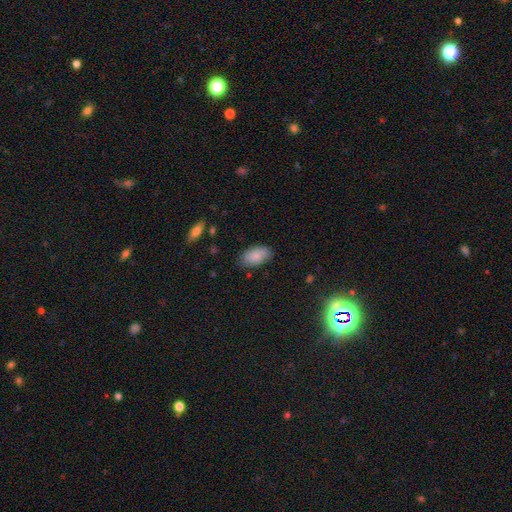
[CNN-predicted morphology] Smooth or featured: smooth — 86% (featured or disk — 7%)
How rounded: in between — 94% (round — 4%)
Merging: none — 81% (minor disturbance — 14%)